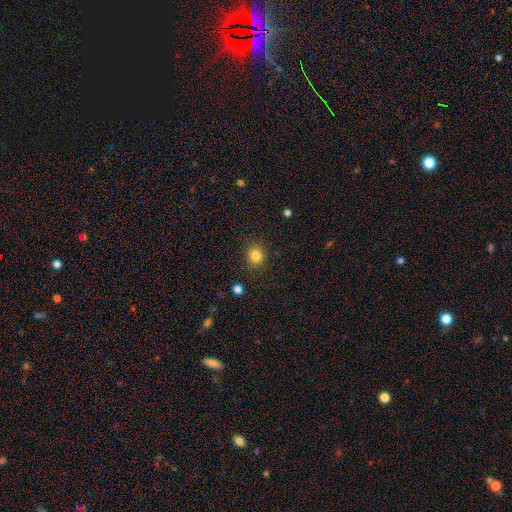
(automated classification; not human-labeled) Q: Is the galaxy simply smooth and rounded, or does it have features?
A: smooth — 83%.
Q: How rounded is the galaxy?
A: round — 75%.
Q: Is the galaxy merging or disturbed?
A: none — 88%.